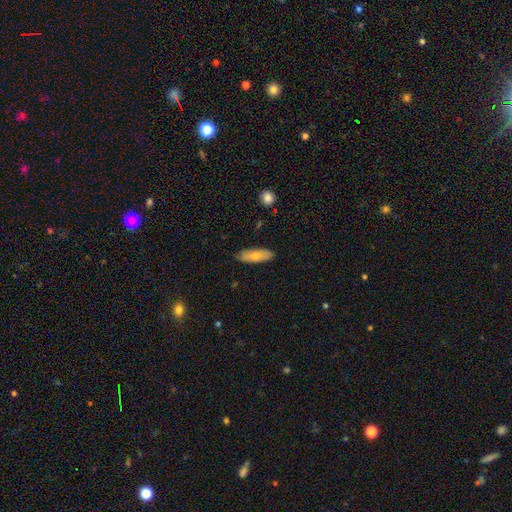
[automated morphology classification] Overall: smooth (70%). How rounded: in between (60%; cigar-shaped 38%). Merging: none (84%).